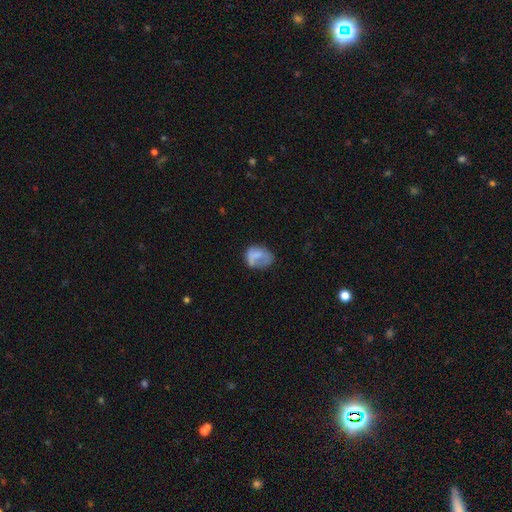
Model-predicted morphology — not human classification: The model was most divided on "merging": none: 38%, minor disturbance: 30%, major disturbance: 25%, merger: 7%. More confident: smooth or featured — smooth (63%); how rounded — in between (62%).